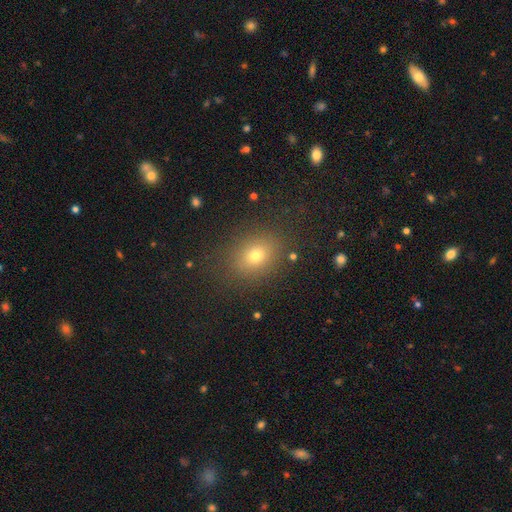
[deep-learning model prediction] Overall: smooth (71%). How rounded: in between (55%; round 44%). Merging: none (85%).